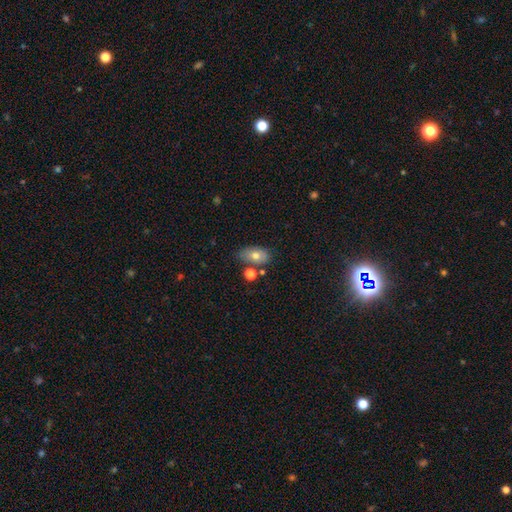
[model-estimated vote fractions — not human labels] Smooth or featured: smooth — 73% (featured or disk — 18%)
How rounded: in between — 88% (round — 10%)
Merging: none — 65% (minor disturbance — 18%)